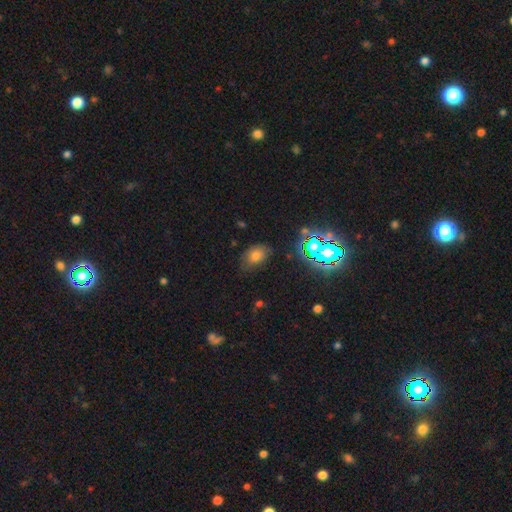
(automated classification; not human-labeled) Smooth or featured? smooth (67%)
How rounded? in between (83%)
Merging? none (67%)